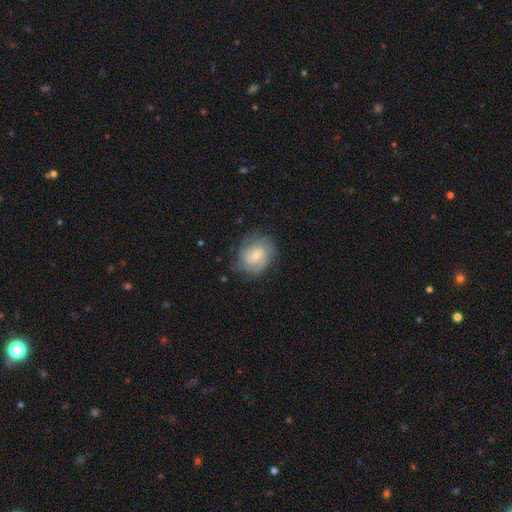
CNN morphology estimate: Smooth or featured?
  - featured or disk: 65% *
  - smooth: 28%
  - star or artifact: 7%
Edge-on disk?
  - no: 98% *
  - yes: 2%
Bar?
  - no: 65% *
  - weak: 31%
  - strong: 4%
Spiral arms?
  - yes: 90% *
  - no: 10%
Spiral winding?
  - tight: 56% *
  - medium: 33%
  - loose: 10%
Spiral arm count?
  - can't tell: 35% *
  - 2: 31%
  - 3: 18%
  - 4: 6%
  - 1: 6%
  - more than 4: 4%
Bulge size?
  - small: 57% *
  - moderate: 36%
  - large: 3%
  - none: 3%
  - dominant: 1%
Merging?
  - none: 69% *
  - minor disturbance: 21%
  - major disturbance: 9%
  - merger: 1%